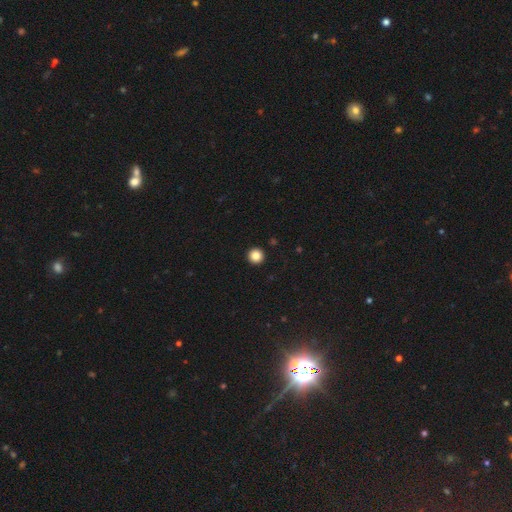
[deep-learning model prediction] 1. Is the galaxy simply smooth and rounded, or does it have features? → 86% smooth, 10% star or artifact, 4% featured or disk.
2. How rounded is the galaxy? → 97% round, 2% in between, 1% cigar-shaped.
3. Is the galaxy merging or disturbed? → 94% none, 3% minor disturbance, 1% major disturbance, 1% merger.